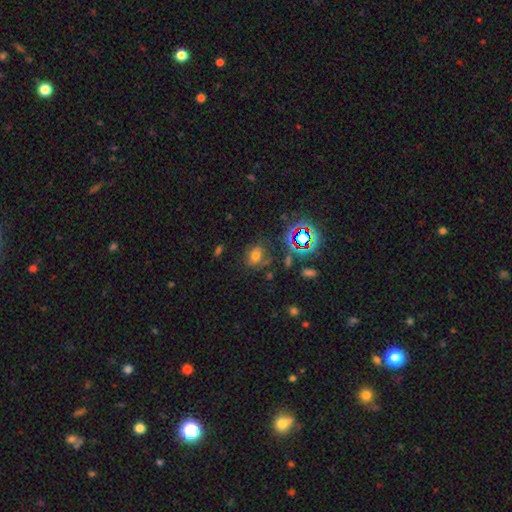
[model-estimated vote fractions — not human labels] A smooth galaxy with no disk features (54%) that is in between round and cigar-shaped (58%).

Vote fractions:
- Smooth or featured? smooth: 54% / star or artifact: 29% / featured or disk: 16%
- How rounded? in between: 58% / round: 40% / cigar-shaped: 2%
- Merging? none: 68% / minor disturbance: 18% / major disturbance: 9% / merger: 4%